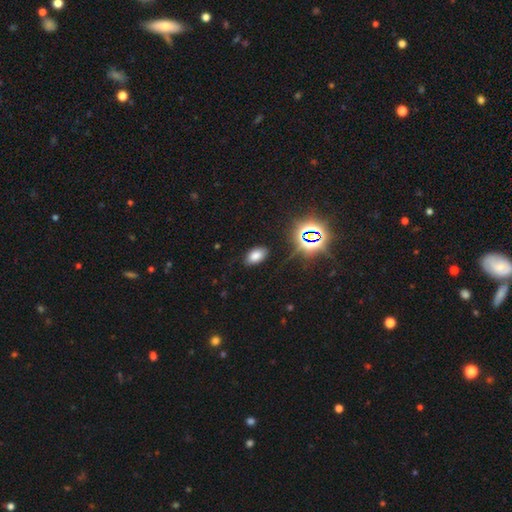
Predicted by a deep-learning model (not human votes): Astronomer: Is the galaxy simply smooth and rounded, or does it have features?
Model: smooth — 72%.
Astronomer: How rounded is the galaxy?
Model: in between — 92%.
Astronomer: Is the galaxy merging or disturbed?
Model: none — 85%.